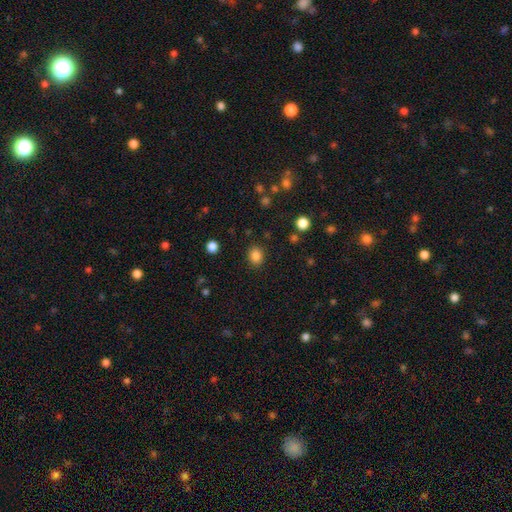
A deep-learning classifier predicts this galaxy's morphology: Overall: smooth (84%). How rounded: round (61%; in between 38%). Merging: none (87%).